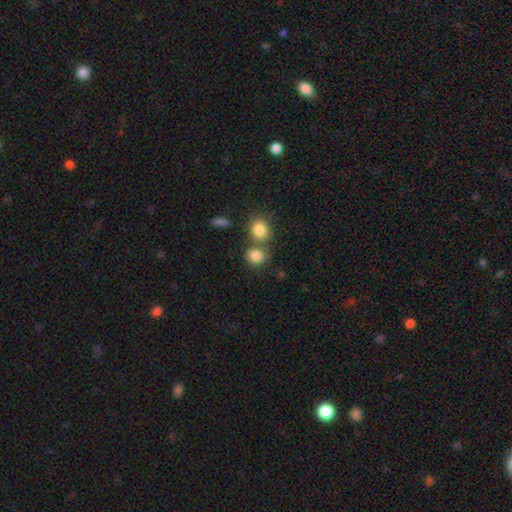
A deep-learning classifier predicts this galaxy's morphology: type=smooth (84%); roundness=round (72%); merging=none (50%).